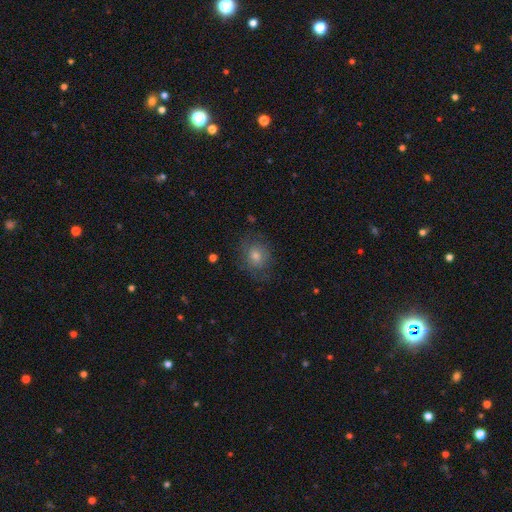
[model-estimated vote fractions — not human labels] smooth-or-featured: smooth: 53% | featured or disk: 31% | star or artifact: 16%
  how-rounded: round: 68% | in between: 31% | cigar-shaped: 1%
  merging: none: 73% | minor disturbance: 17% | major disturbance: 8% | merger: 1%